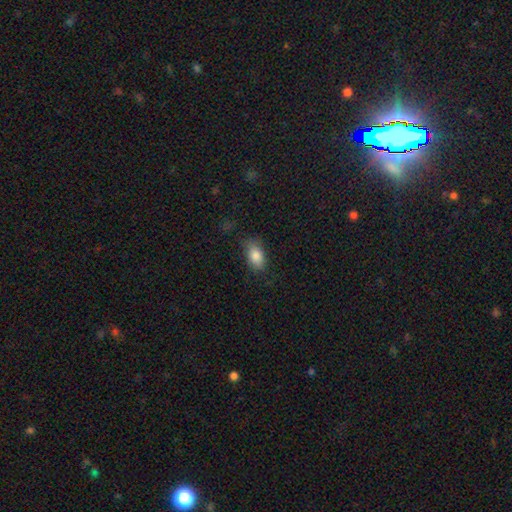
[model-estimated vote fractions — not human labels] Smooth or featured? smooth (84%)
How rounded? in between (90%)
Merging? none (75%)